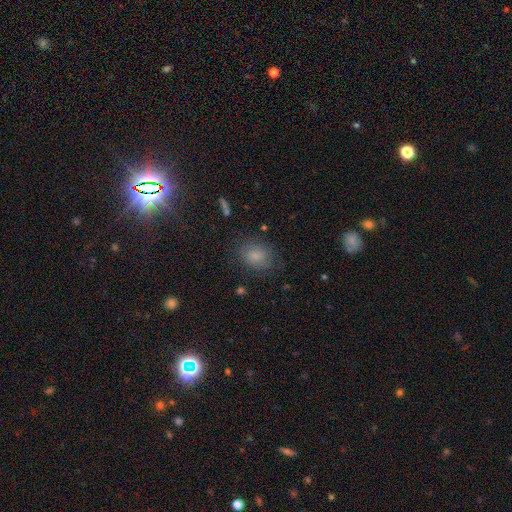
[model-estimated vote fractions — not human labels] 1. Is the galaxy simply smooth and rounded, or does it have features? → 72% smooth, 14% star or artifact, 13% featured or disk.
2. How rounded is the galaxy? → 57% in between, 42% round, 1% cigar-shaped.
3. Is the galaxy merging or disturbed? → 76% none, 16% minor disturbance, 6% major disturbance, 2% merger.